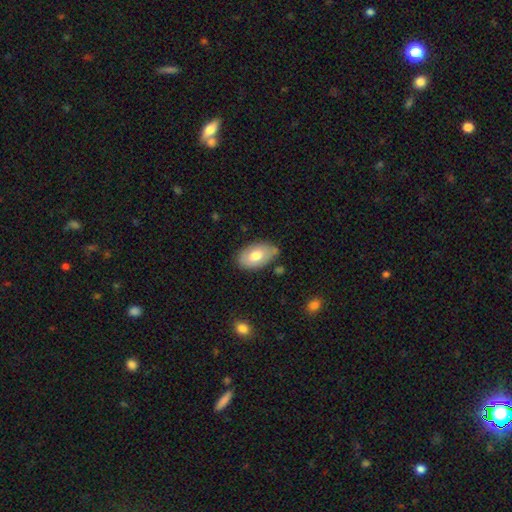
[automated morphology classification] Smooth or featured? Predicted: smooth (p=0.70). How rounded? Predicted: in between (p=0.93). Merging? Predicted: none (p=0.71).